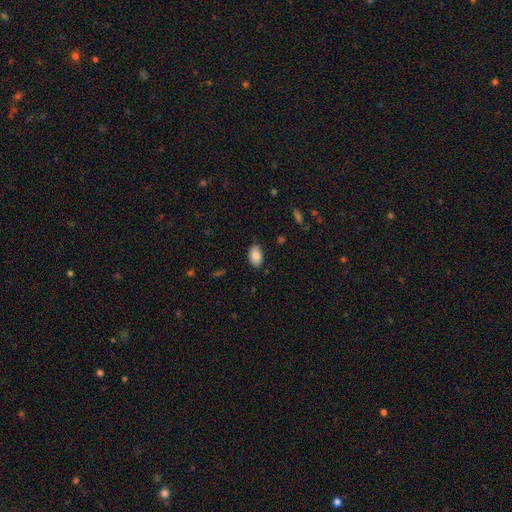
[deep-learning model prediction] A smooth galaxy with no disk features (86%) that is in between round and cigar-shaped (91%). Merging: none (85%).